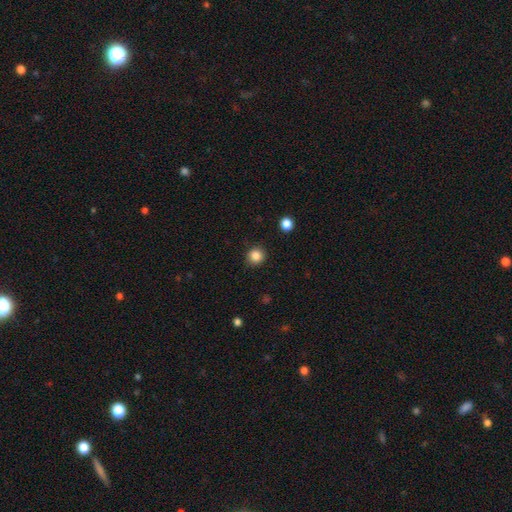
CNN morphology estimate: smooth-or-featured: smooth: 85% | star or artifact: 11% | featured or disk: 4%
  how-rounded: round: 90% | in between: 9% | cigar-shaped: 1%
  merging: none: 90% | minor disturbance: 7% | major disturbance: 2% | merger: 1%